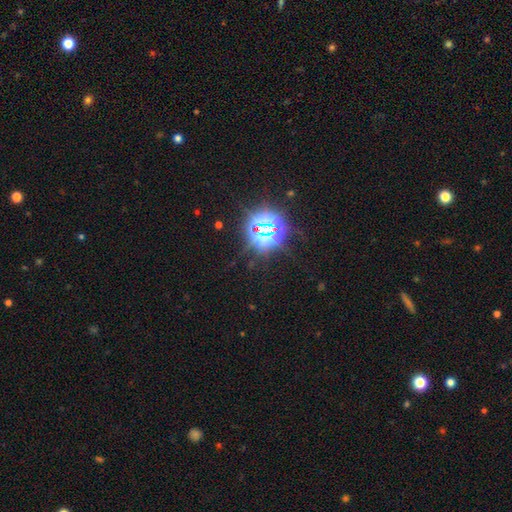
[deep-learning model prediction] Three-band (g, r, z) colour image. It shows a star or artifact, not a galaxy (76%).